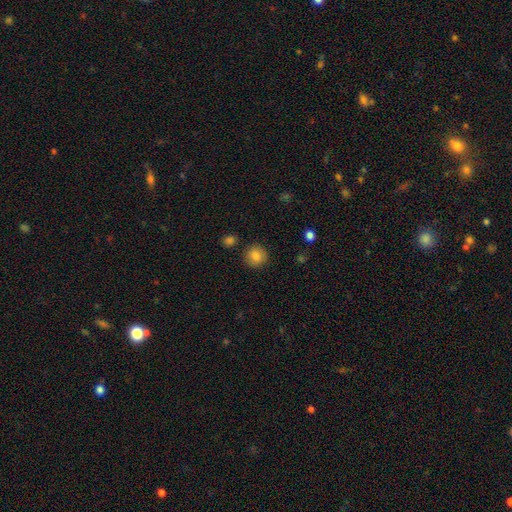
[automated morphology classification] smooth 84%, star or artifact 10%, featured or disk 6%. Down the decision tree: how rounded — round (91%); merging — none (88%).